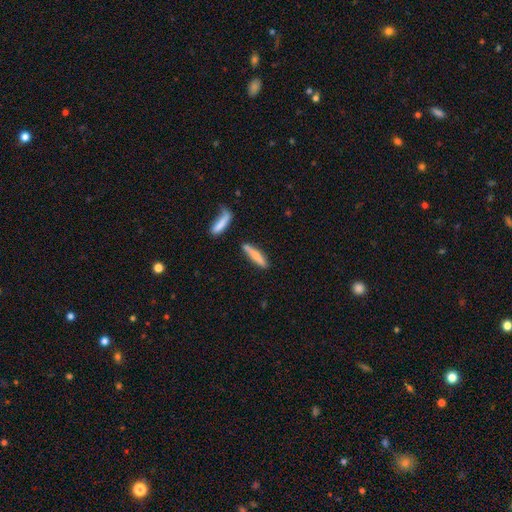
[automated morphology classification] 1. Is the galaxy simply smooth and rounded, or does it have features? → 58% smooth, 36% featured or disk, 6% star or artifact.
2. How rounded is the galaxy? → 85% cigar-shaped, 14% in between, 2% round.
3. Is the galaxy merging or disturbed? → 75% none, 13% minor disturbance, 9% merger, 3% major disturbance.